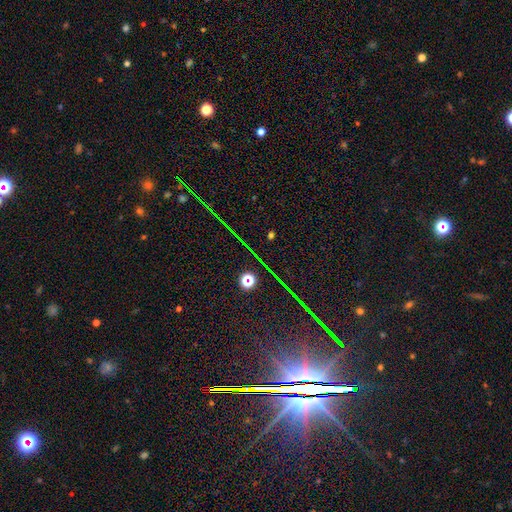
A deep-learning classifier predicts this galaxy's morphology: Smooth or featured? star or artifact (85%)